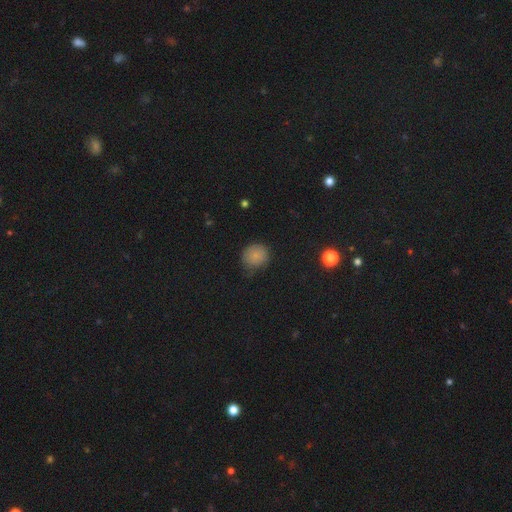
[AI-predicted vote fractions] Smooth or featured? Predicted: smooth (p=0.79). How rounded? Predicted: round (p=0.85). Merging? Predicted: none (p=0.69).